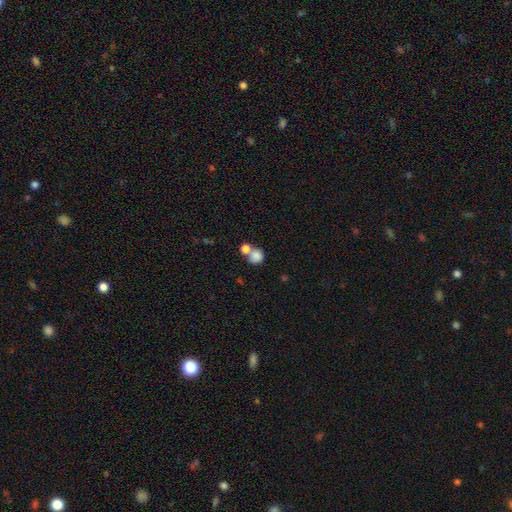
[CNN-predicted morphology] This is clearly a smooth galaxy (82%). How rounded: clearly round (83%). Merging: possibly merger (47%).